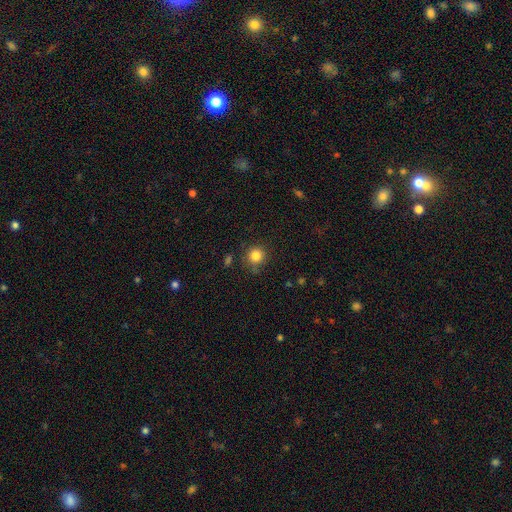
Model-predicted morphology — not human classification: smooth_or_featured: smooth (p=0.84) [alt: star or artifact p=0.12]
how_rounded: round (p=0.93) [alt: in between p=0.06]
merging: none (p=0.81) [alt: minor disturbance p=0.12]